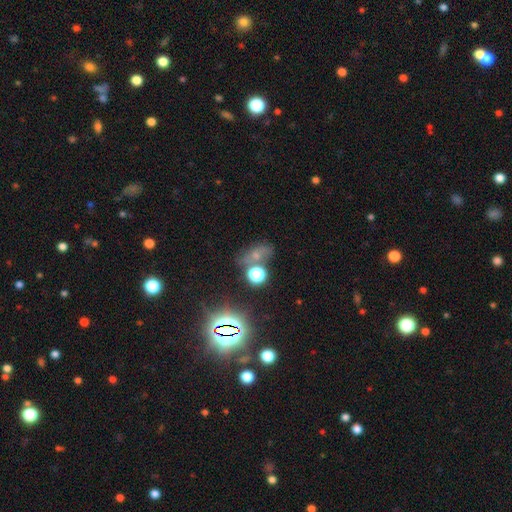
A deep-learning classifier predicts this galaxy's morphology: Smooth or featured: smooth — 43% (star or artifact — 40%)
Merging: none — 51% (merger — 22%)